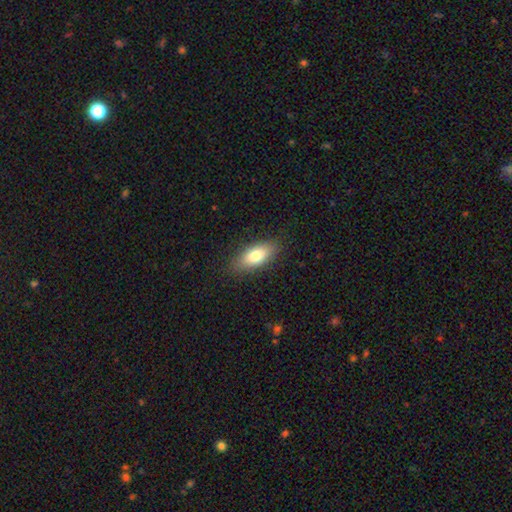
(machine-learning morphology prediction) smooth-or-featured: smooth: 78% | featured or disk: 15% | star or artifact: 7%
  how-rounded: in between: 82% | cigar-shaped: 15% | round: 3%
  merging: none: 85% | minor disturbance: 11% | major disturbance: 3% | merger: 1%